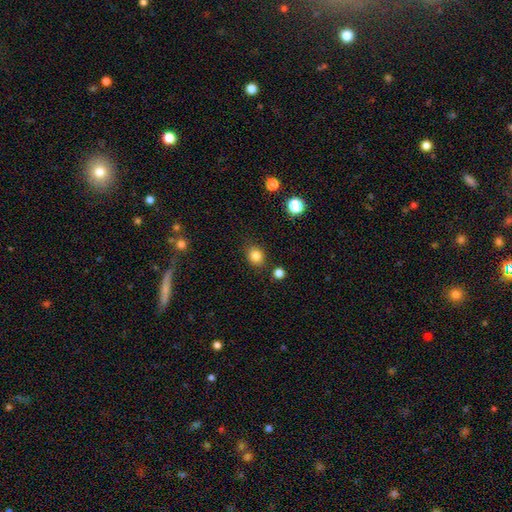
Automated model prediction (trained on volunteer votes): Smooth or featured? Predicted: smooth (p=0.83). How rounded? Predicted: round (p=0.62). Merging? Predicted: none (p=0.84).